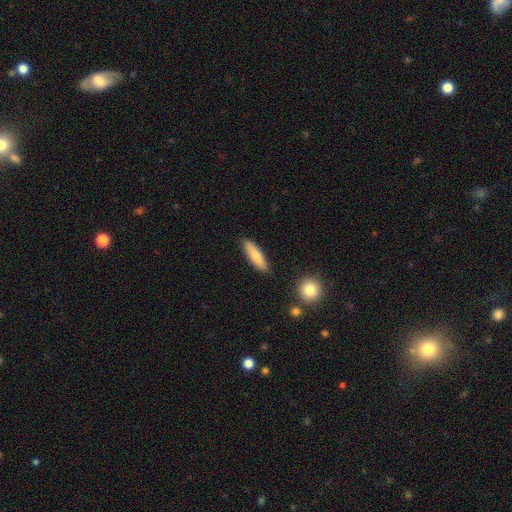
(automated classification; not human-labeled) Smooth or featured?
  - smooth: 77% *
  - featured or disk: 18%
  - star or artifact: 6%
How rounded?
  - cigar-shaped: 66% *
  - in between: 32%
  - round: 2%
Merging?
  - none: 87% *
  - minor disturbance: 9%
  - major disturbance: 2%
  - merger: 2%